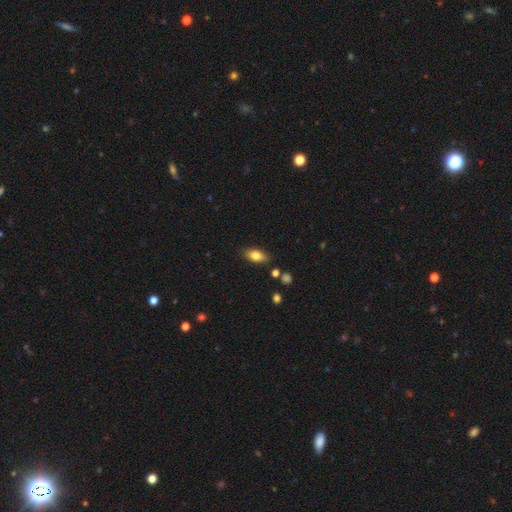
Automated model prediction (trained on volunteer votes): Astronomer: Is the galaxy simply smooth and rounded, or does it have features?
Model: smooth — 78%.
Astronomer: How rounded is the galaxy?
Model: in between — 86%.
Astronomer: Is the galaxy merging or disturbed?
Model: none — 83%.